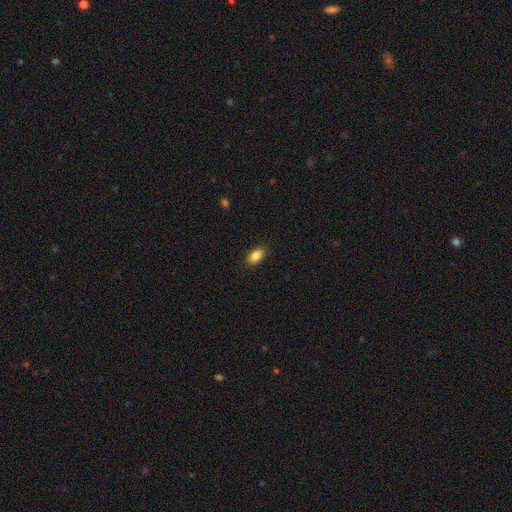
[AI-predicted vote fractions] smooth_or_featured: smooth (p=0.86) [alt: star or artifact p=0.08]
how_rounded: in between (p=0.90) [alt: round p=0.06]
merging: none (p=0.88) [alt: minor disturbance p=0.09]